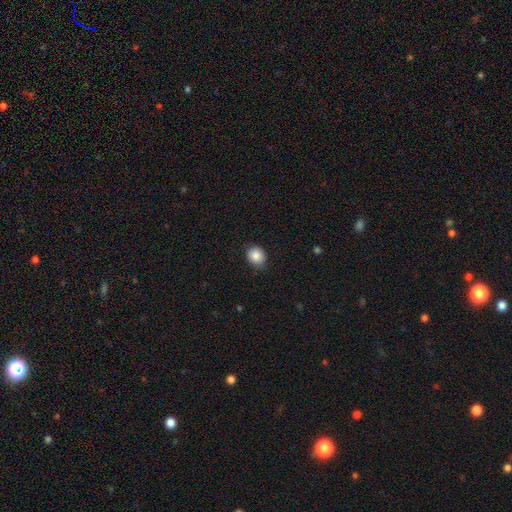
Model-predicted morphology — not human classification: This is clearly a smooth galaxy (86%). How rounded: likely round (69%). Merging: clearly none (83%).